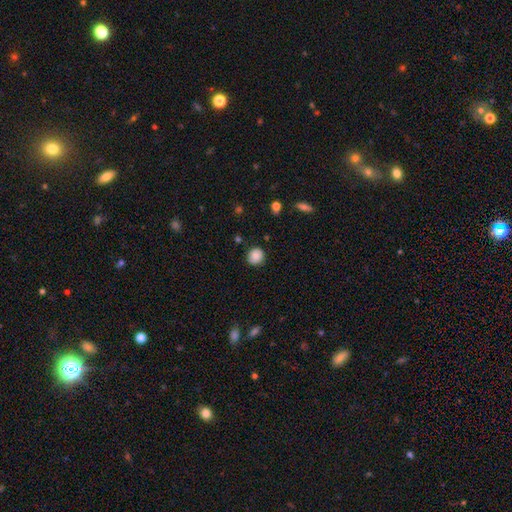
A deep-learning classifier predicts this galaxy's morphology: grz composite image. It shows a smooth galaxy with no disk features (86%) that is round (88%). Merging: none (85%).